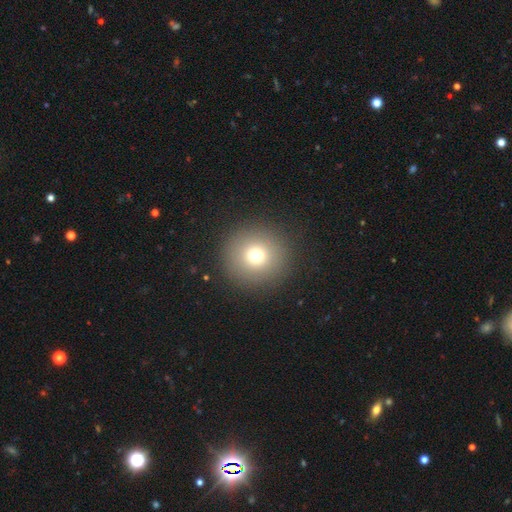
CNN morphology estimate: type=smooth (73%); roundness=round (96%); merging=none (90%).